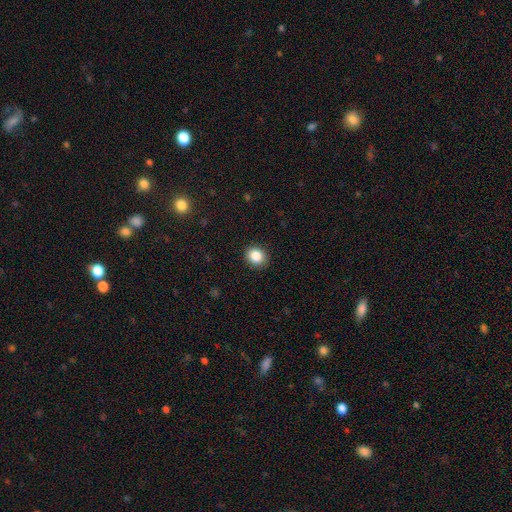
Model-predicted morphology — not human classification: smooth-or-featured: smooth: 86% | star or artifact: 9% | featured or disk: 5%
  how-rounded: round: 63% | in between: 36% | cigar-shaped: 1%
  merging: none: 90% | minor disturbance: 7% | major disturbance: 2% | merger: 1%